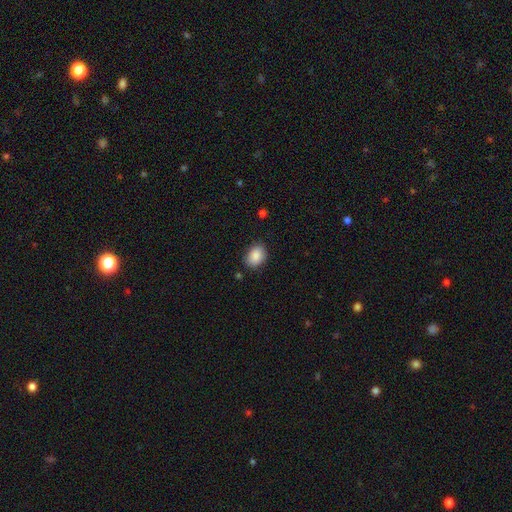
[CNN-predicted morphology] This is clearly a smooth galaxy (88%). How rounded: likely in between (72%). Merging: clearly none (82%).